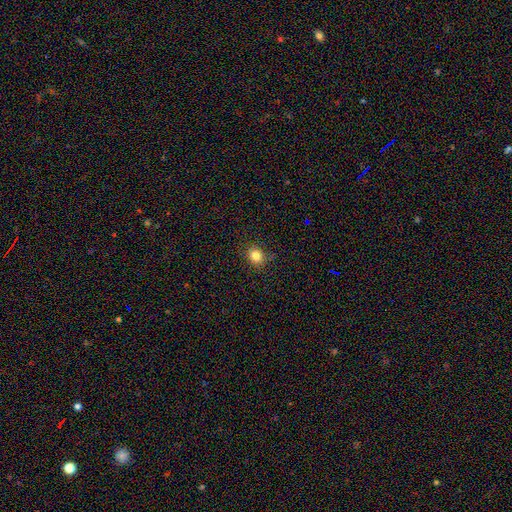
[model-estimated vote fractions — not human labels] Smooth or featured? smooth (82%)
How rounded? round (72%)
Merging? none (87%)